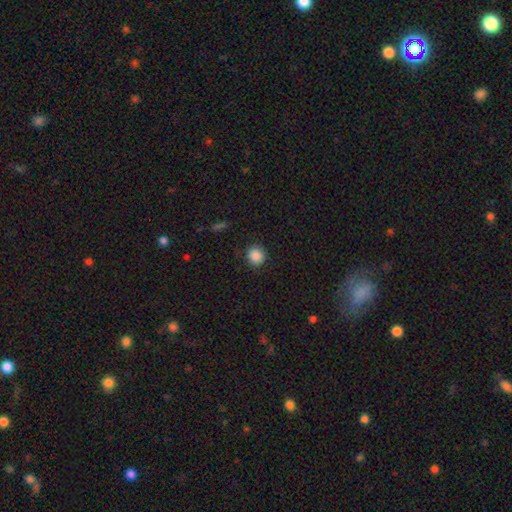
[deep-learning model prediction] Q: Smooth or featured?
A: smooth (88%); runner-up: star or artifact (9%)
Q: How rounded?
A: round (87%); runner-up: in between (12%)
Q: Merging?
A: none (86%); runner-up: minor disturbance (10%)